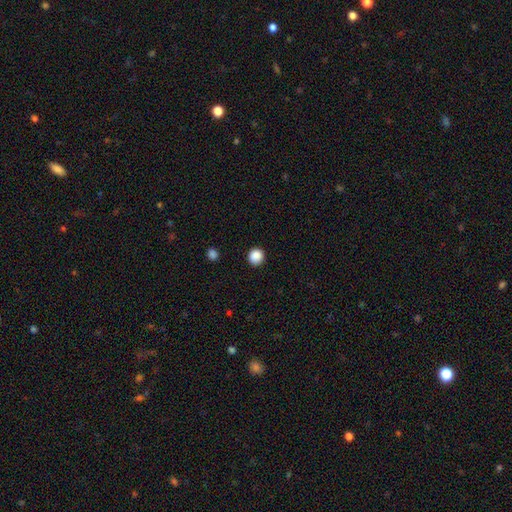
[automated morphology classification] smooth 88%, star or artifact 10%, featured or disk 2%. Down the decision tree: how rounded — round (92%); merging — none (90%).